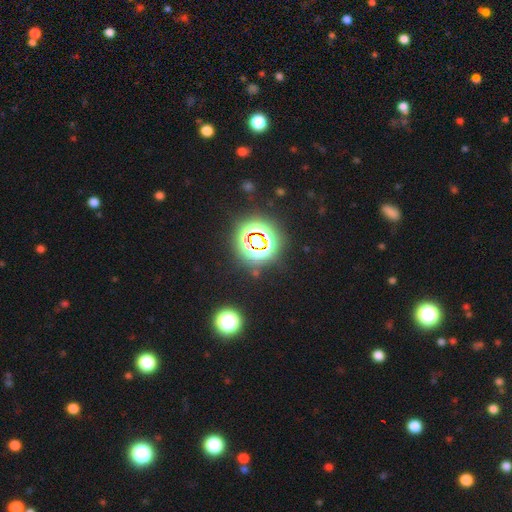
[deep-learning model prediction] star or artifact 80%, smooth 13%, featured or disk 6%.